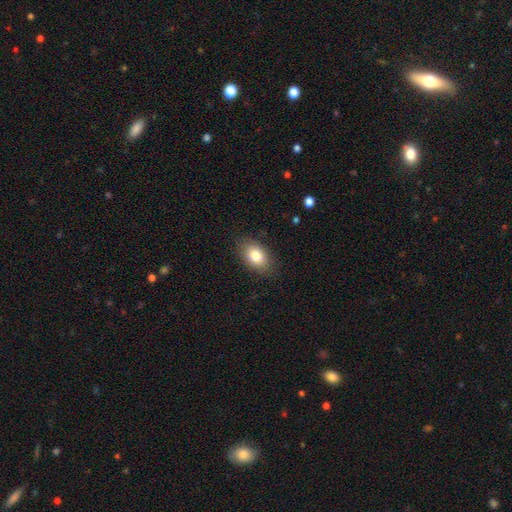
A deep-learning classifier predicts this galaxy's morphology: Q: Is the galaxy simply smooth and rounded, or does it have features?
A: smooth — 81%.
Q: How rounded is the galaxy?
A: in between — 87%.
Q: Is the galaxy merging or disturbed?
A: none — 84%.